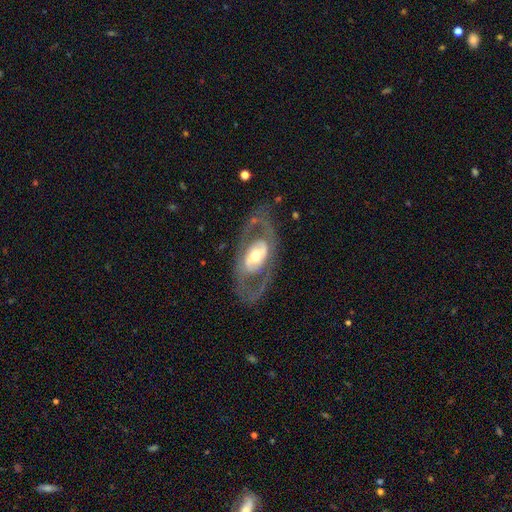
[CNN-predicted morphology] The model was most divided on "spiral arms": yes: 57%, no: 43%. Remaining: edge-on disk — no (91%); smooth or featured — featured or disk (78%); merging — none (71%); bulge size — moderate (62%); bar — no (49%).